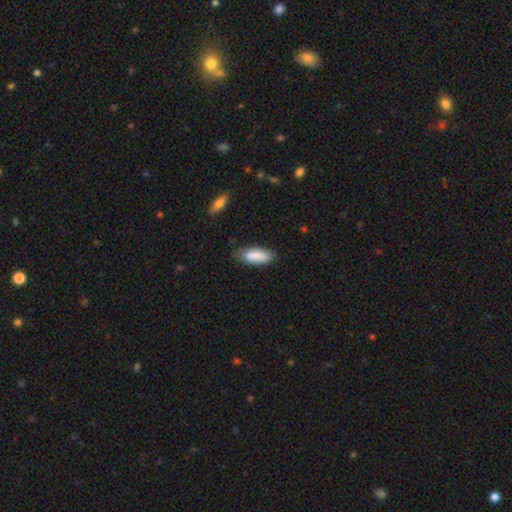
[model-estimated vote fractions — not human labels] Smooth or featured?
  - smooth: 86% *
  - featured or disk: 7%
  - star or artifact: 7%
How rounded?
  - in between: 71% *
  - cigar-shaped: 27%
  - round: 2%
Merging?
  - none: 71% *
  - minor disturbance: 23%
  - major disturbance: 4%
  - merger: 2%